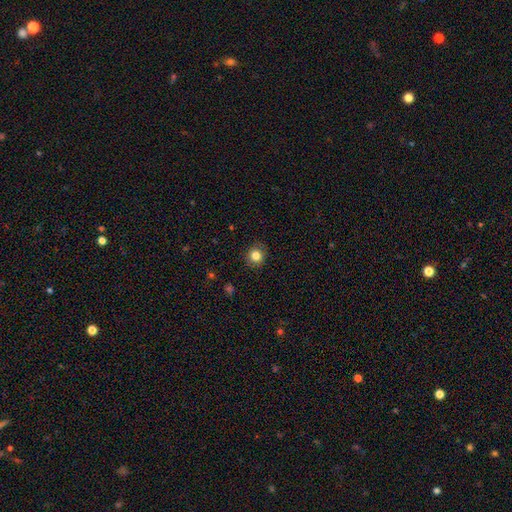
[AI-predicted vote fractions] The model was most divided on "smooth or featured": smooth: 82%, star or artifact: 11%, featured or disk: 7%. More confident: merging — none (88%); how rounded — round (86%).